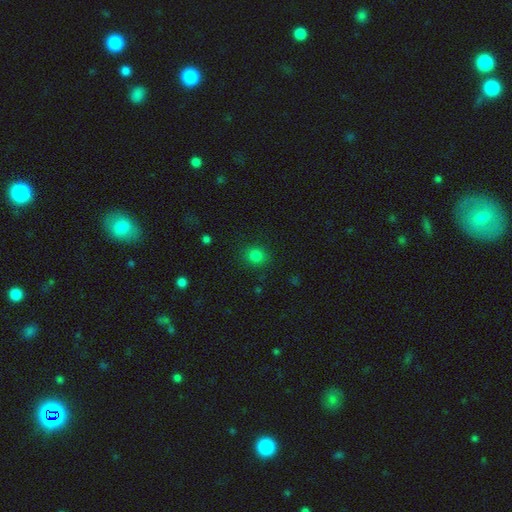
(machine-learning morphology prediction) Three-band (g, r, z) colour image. It shows a smooth galaxy with no disk features (82%) that is round (82%). Merging: none (87%).